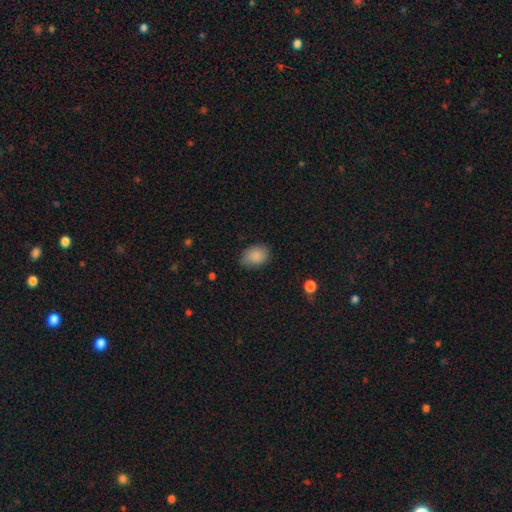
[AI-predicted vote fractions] The model was most divided on "how rounded": in between: 76%, round: 22%, cigar-shaped: 1%. More confident: smooth or featured — smooth (87%); merging — none (79%).